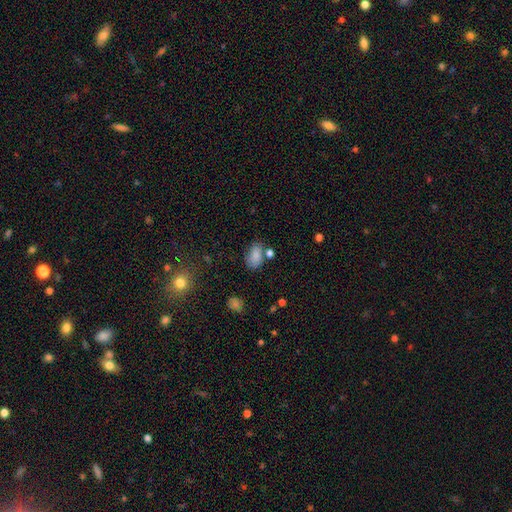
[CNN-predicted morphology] Smooth or featured: smooth — 82% (star or artifact — 11%)
How rounded: in between — 88% (round — 10%)
Merging: none — 61% (minor disturbance — 20%)